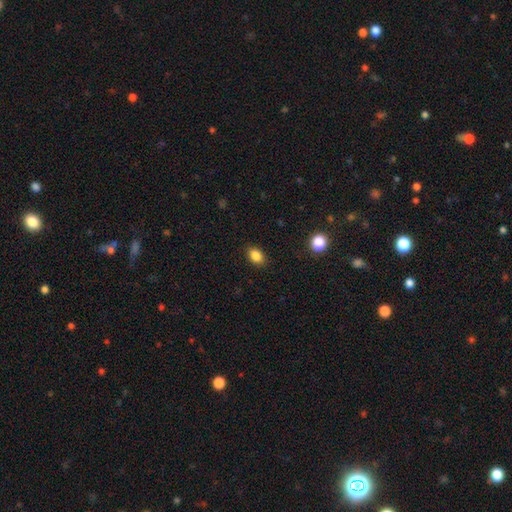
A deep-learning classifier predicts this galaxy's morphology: The model was most divided on "how rounded": in between: 79%, round: 19%, cigar-shaped: 2%. More confident: merging — none (88%); smooth or featured — smooth (85%).